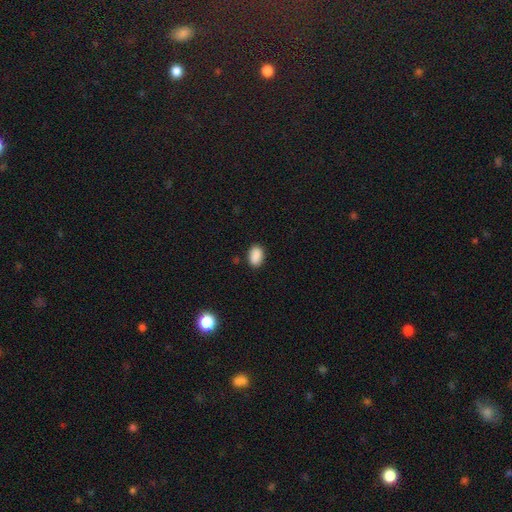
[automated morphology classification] A smooth galaxy with no disk features (89%) that is in between round and cigar-shaped (87%).

Vote fractions:
- Smooth or featured? smooth: 89% / star or artifact: 8% / featured or disk: 3%
- How rounded? in between: 87% / round: 11% / cigar-shaped: 1%
- Merging? none: 85% / minor disturbance: 11% / major disturbance: 2% / merger: 1%